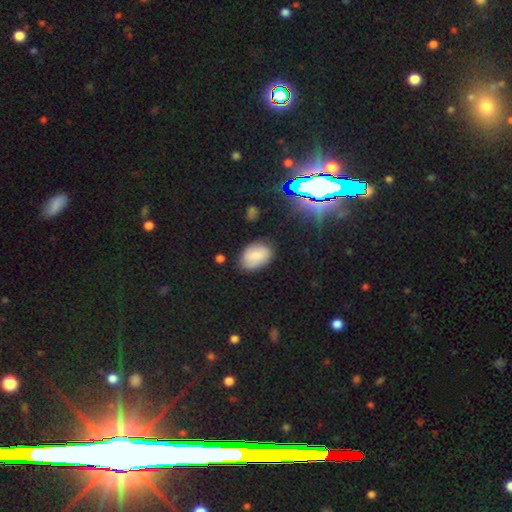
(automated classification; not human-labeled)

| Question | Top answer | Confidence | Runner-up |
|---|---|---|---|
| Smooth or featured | smooth | 76% | featured or disk (15%) |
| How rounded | in between | 87% | round (12%) |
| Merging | none | 74% | minor disturbance (19%) |